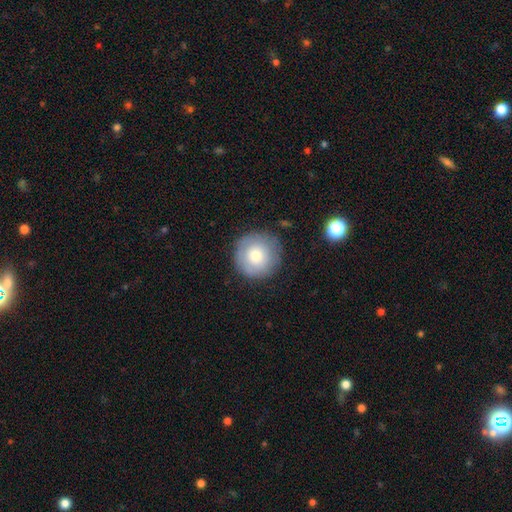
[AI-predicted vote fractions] Overall: smooth (72%). How rounded: round (95%). Merging: none (83%).